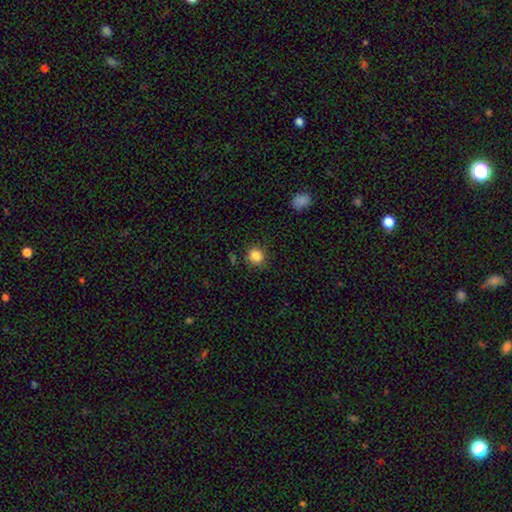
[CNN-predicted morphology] Smooth or featured: smooth — 85% (star or artifact — 11%)
How rounded: round — 85% (in between — 14%)
Merging: none — 83% (minor disturbance — 12%)